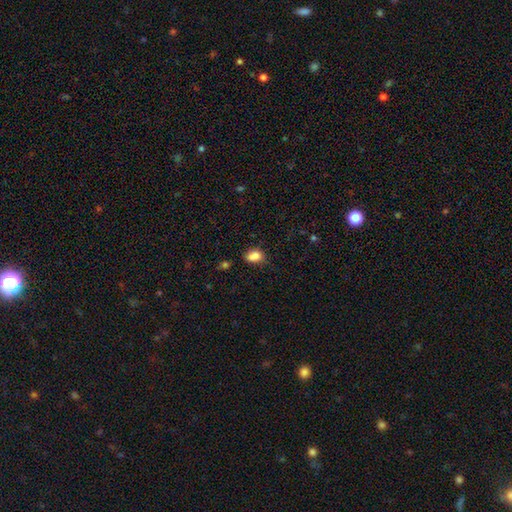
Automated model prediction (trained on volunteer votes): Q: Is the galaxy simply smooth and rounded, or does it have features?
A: smooth — 83%.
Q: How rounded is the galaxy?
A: in between — 76%.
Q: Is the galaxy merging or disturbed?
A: none — 53%.